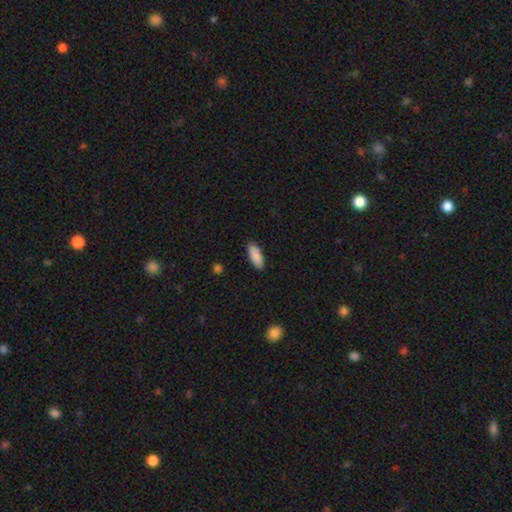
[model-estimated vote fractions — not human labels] A smooth galaxy with no disk features (89%) that is in between round and cigar-shaped (77%).

Vote fractions:
- Smooth or featured? smooth: 89% / star or artifact: 6% / featured or disk: 5%
- How rounded? in between: 77% / cigar-shaped: 21% / round: 2%
- Merging? none: 89% / minor disturbance: 8% / major disturbance: 2% / merger: 1%